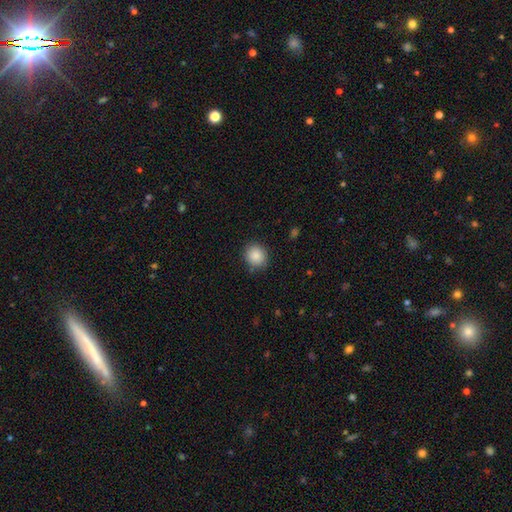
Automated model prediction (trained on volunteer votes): Smooth or featured? Predicted: smooth (p=0.88). How rounded? Predicted: round (p=0.80). Merging? Predicted: none (p=0.86).